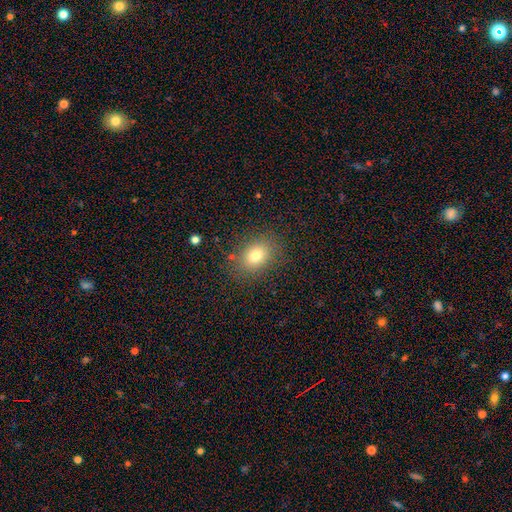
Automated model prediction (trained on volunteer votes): smooth 77%, star or artifact 13%, featured or disk 10%. Down the decision tree: how rounded — in between (58%); merging — none (84%).